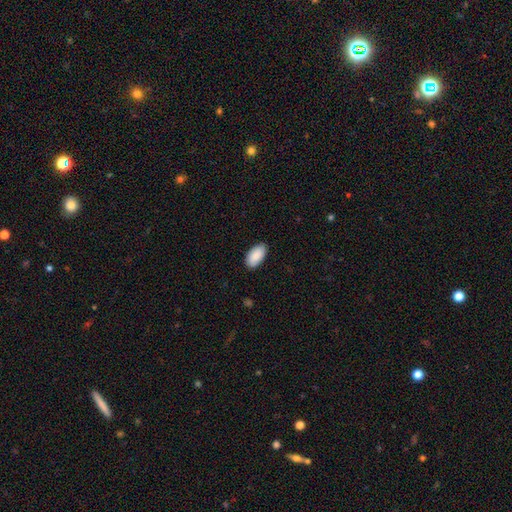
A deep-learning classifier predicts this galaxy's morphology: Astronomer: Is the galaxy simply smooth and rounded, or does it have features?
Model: smooth — 89%.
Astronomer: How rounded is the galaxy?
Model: in between — 96%.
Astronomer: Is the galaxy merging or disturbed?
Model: none — 84%.